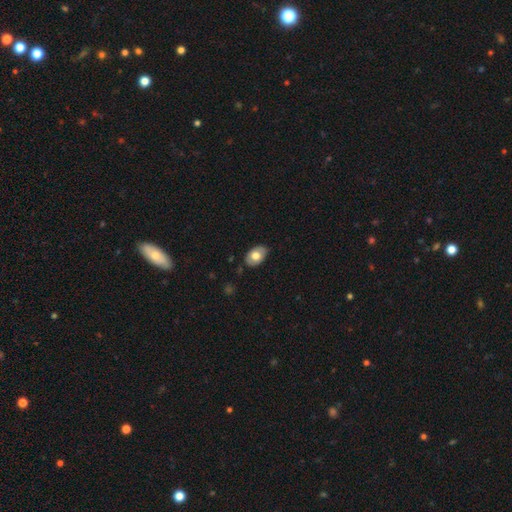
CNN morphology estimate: Q: Smooth or featured?
A: smooth (67%); runner-up: featured or disk (26%)
Q: How rounded?
A: in between (87%); runner-up: round (11%)
Q: Merging?
A: none (81%); runner-up: minor disturbance (15%)